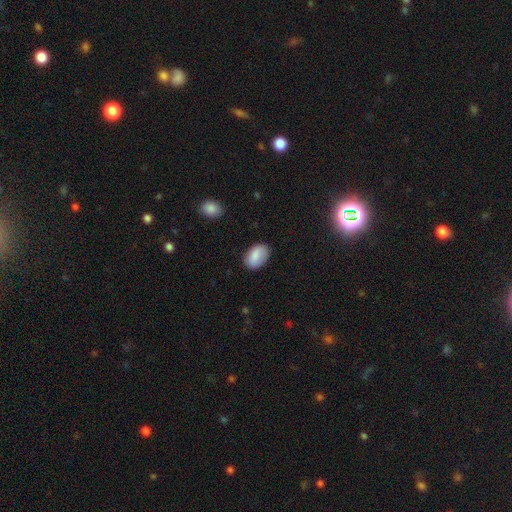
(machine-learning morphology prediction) Smooth or featured: smooth — 87% (star or artifact — 7%)
How rounded: in between — 88% (round — 10%)
Merging: none — 81% (minor disturbance — 14%)